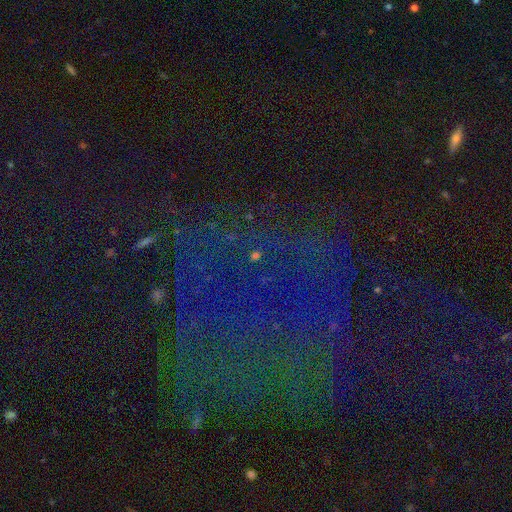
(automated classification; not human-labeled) Smooth or featured?
  - star or artifact: 75% *
  - smooth: 15%
  - featured or disk: 10%